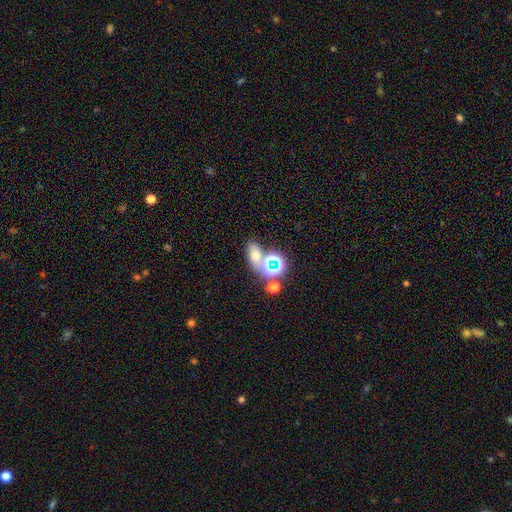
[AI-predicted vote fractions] Smooth or featured: smooth — 53% (star or artifact — 33%)
How rounded: in between — 69% (round — 25%)
Merging: none — 58% (merger — 26%)